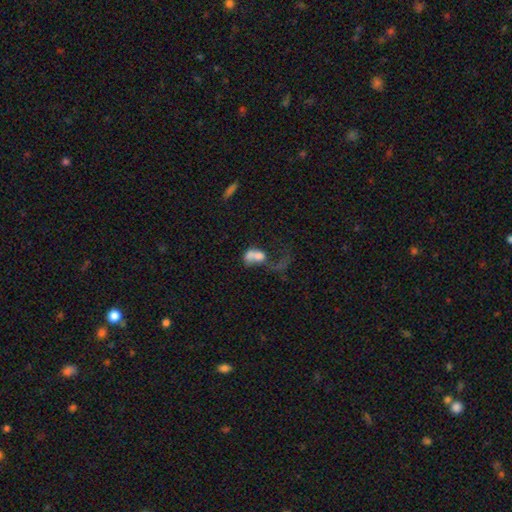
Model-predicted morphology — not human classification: smooth 54%, featured or disk 36%, star or artifact 11%. Down the decision tree: how rounded — in between (64%); merging — merger (54%).